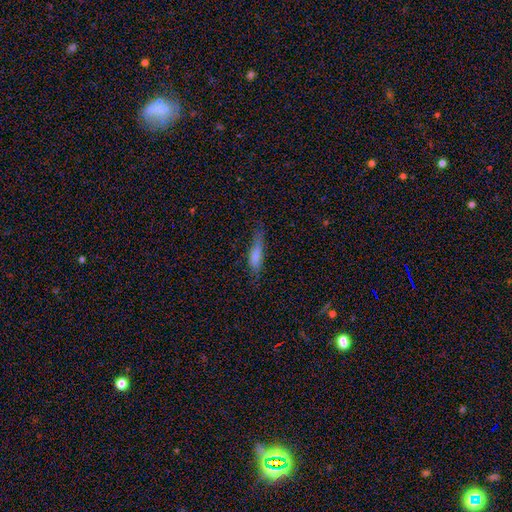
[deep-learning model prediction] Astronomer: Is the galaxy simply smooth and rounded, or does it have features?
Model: smooth — 76%.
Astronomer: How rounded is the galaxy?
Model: cigar-shaped — 64%.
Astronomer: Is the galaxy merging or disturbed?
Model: none — 60%.